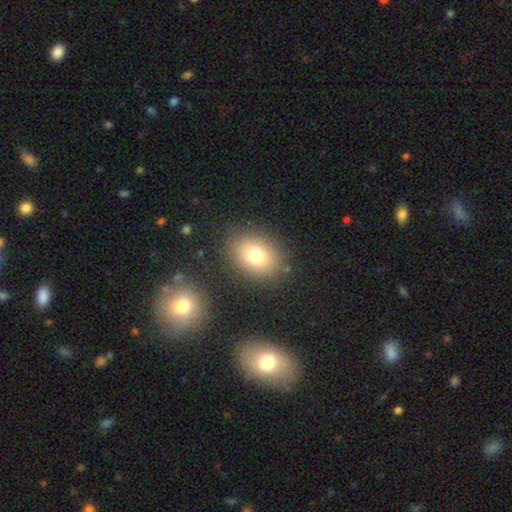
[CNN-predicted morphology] type=smooth (75%); roundness=in between (62%); merging=none (83%).